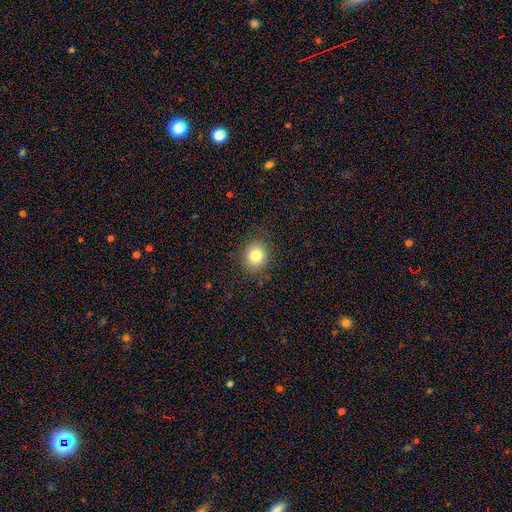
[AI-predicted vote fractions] Smooth or featured? Predicted: smooth (p=0.81). How rounded? Predicted: round (p=0.79). Merging? Predicted: none (p=0.89).